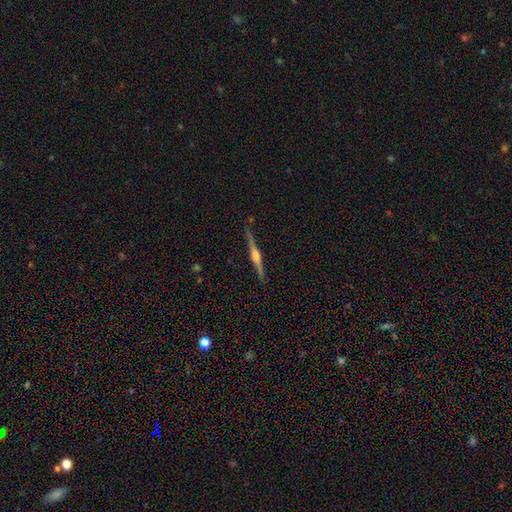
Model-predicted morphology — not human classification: Smooth or featured? featured or disk (78%)
Edge-on disk? yes (98%)
Edge-on bulge? rounded (78%)
Merging? none (88%)